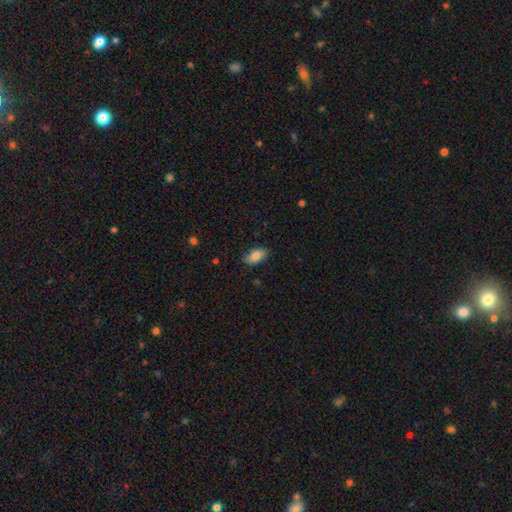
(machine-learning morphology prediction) A smooth galaxy with no disk features (82%) that is in between round and cigar-shaped (92%). Merging: none (84%).